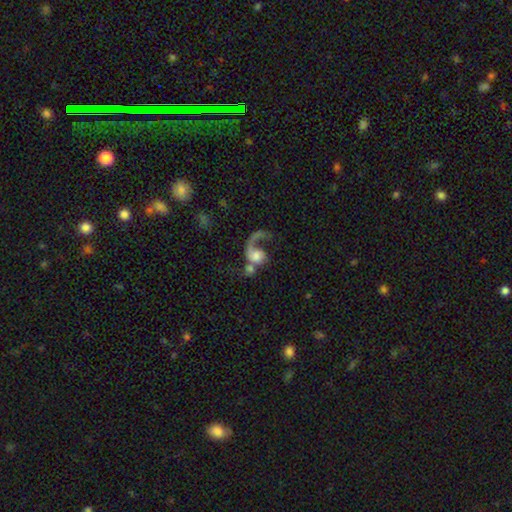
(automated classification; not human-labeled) Smooth or featured?
  - featured or disk: 63% *
  - smooth: 28%
  - star or artifact: 9%
Edge-on disk?
  - no: 97% *
  - yes: 3%
Bar?
  - no: 76% *
  - weak: 20%
  - strong: 5%
Spiral arms?
  - yes: 82% *
  - no: 18%
Bulge size?
  - moderate: 34% *
  - large: 30%
  - small: 17%
  - none: 10%
  - dominant: 8%
Merging?
  - major disturbance: 36% *
  - merger: 35%
  - none: 20%
  - minor disturbance: 9%